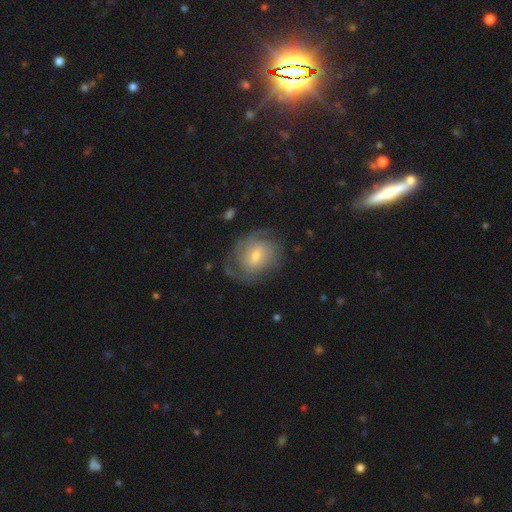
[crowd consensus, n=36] This is likely a featured or disk galaxy (69%). It is clearly not viewed edge-on (100%). Bar: possibly no (52%). Spiral arm pattern: clearly yes (84%). Spiral arm count: possibly can't tell (48%). Spiral winding: possibly tight (57%). Central bulge: possibly moderate (48%). Merging: possibly none (54%).